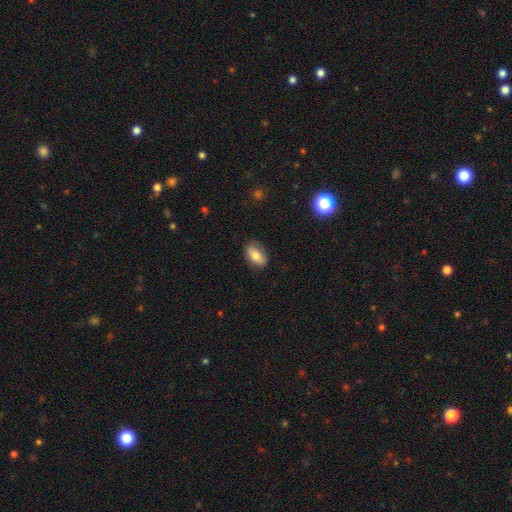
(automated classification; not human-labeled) smooth 77%, featured or disk 15%, star or artifact 8%. Down the decision tree: how rounded — in between (88%); merging — none (83%).